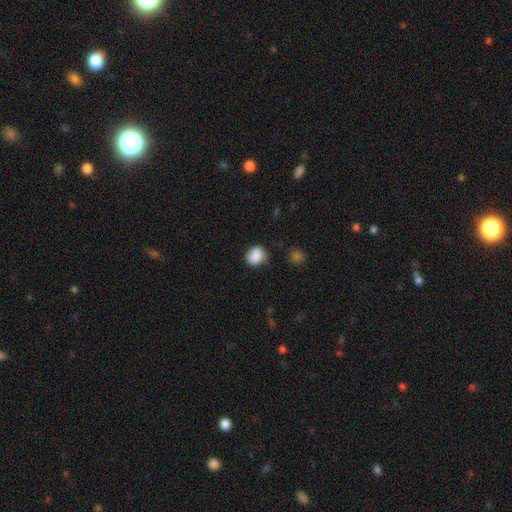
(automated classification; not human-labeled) Overall: smooth (87%). How rounded: round (67%; in between 32%). Merging: none (75%).